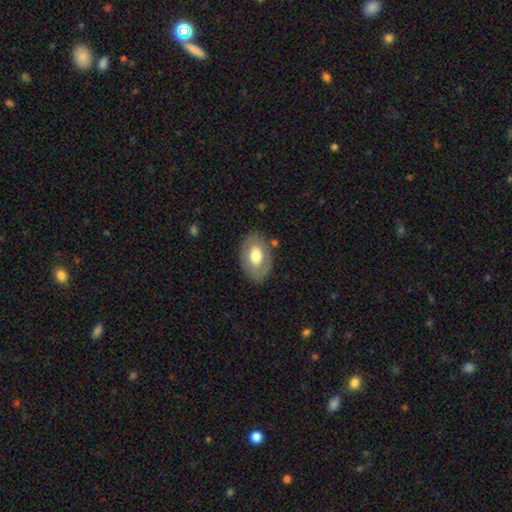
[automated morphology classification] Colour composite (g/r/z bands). It shows a smooth galaxy with no disk features (58%) that is in between round and cigar-shaped (86%). Merging: none (79%).